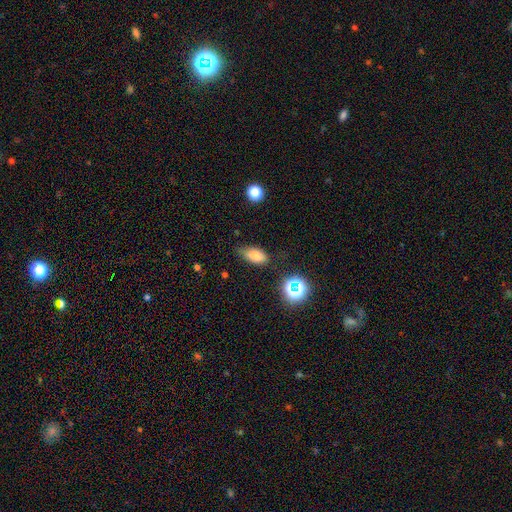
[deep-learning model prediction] The model was most divided on "merging": none: 70%, minor disturbance: 23%, major disturbance: 5%, merger: 3%. More confident: how rounded — in between (87%); smooth or featured — smooth (77%).